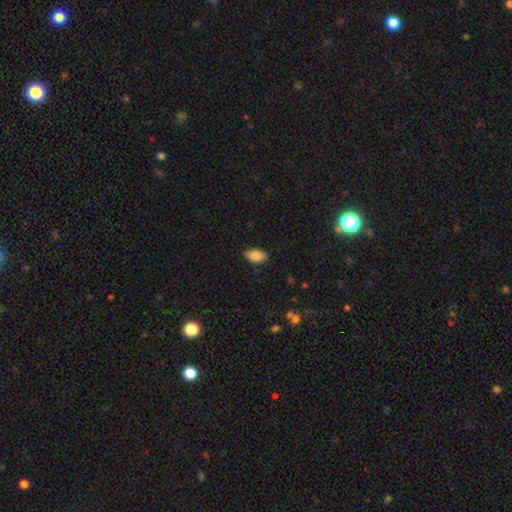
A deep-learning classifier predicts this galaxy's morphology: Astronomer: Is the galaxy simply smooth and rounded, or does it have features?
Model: smooth — 84%.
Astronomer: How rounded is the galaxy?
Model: in between — 93%.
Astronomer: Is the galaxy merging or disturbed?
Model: none — 86%.